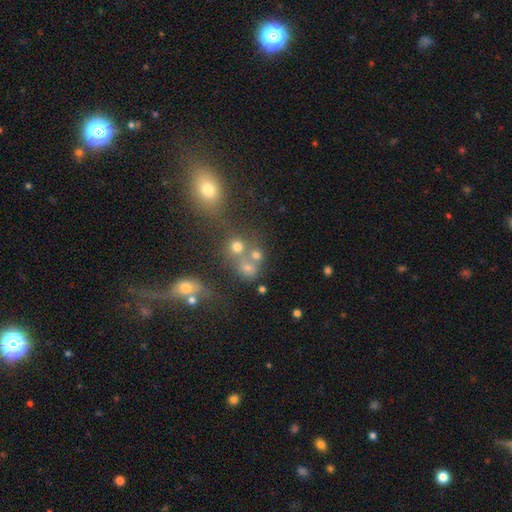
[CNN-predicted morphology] This is likely a smooth galaxy (63%). How rounded: likely round (71%). Merging: possibly none (46%).